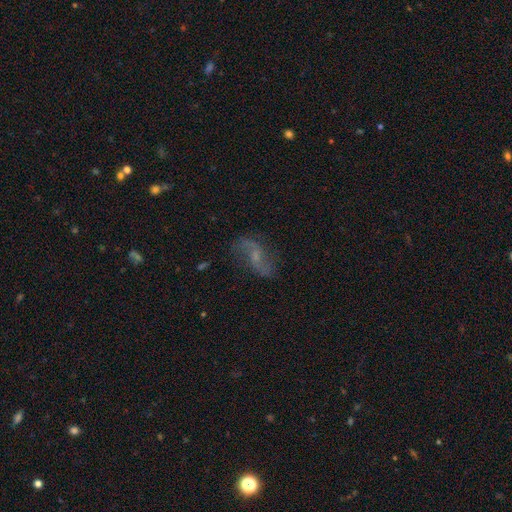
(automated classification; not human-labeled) smooth-or-featured: featured or disk: 76% | smooth: 14% | star or artifact: 10%
  disk-edge-on: no: 95% | yes: 5%
    bar: weak: 47% | no: 39% | strong: 14%
    has-spiral-arms: yes: 92% | no: 8%
      spiral-winding: loose: 78% | medium: 17% | tight: 5%
      spiral-arm-count: 2: 90% | can't tell: 4% | 1: 3% | 3: 1% | 4: 1% | more than 4: 1%
    bulge-size: small: 53% | none: 23% | moderate: 21% | large: 2% | dominant: 1%
  merging: none: 72% | minor disturbance: 16% | major disturbance: 9% | merger: 2%